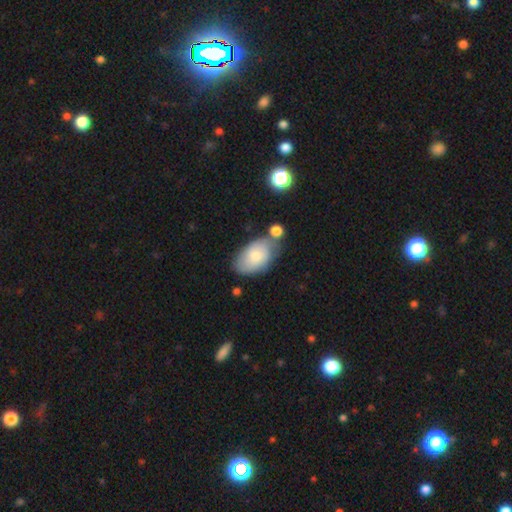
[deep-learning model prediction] A smooth galaxy with no disk features (73%) that is in between round and cigar-shaped (92%).

Vote fractions:
- Smooth or featured? smooth: 73% / featured or disk: 20% / star or artifact: 6%
- How rounded? in between: 92% / round: 7% / cigar-shaped: 1%
- Merging? none: 54% / minor disturbance: 21% / merger: 18% / major disturbance: 6%